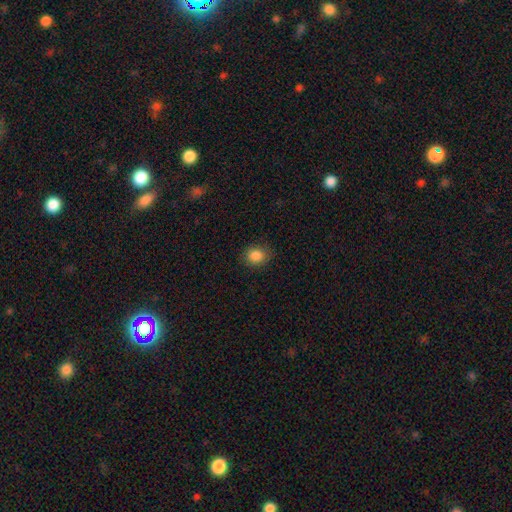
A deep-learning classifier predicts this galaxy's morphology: smooth_or_featured: smooth (p=0.86) [alt: star or artifact p=0.10]
how_rounded: round (p=0.68) [alt: in between p=0.31]
merging: none (p=0.85) [alt: minor disturbance p=0.11]